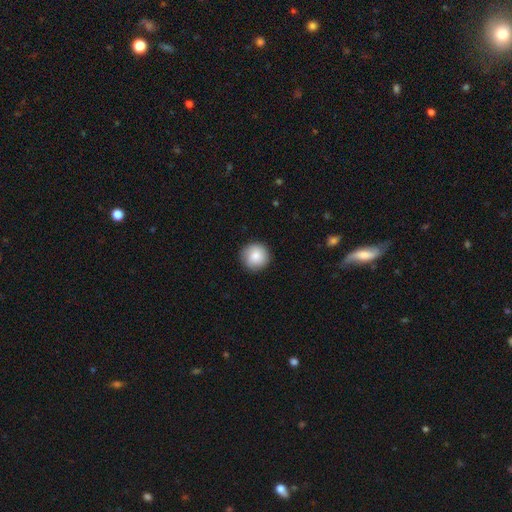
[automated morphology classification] This is clearly a smooth galaxy (81%). How rounded: clearly round (95%). Merging: clearly none (87%).